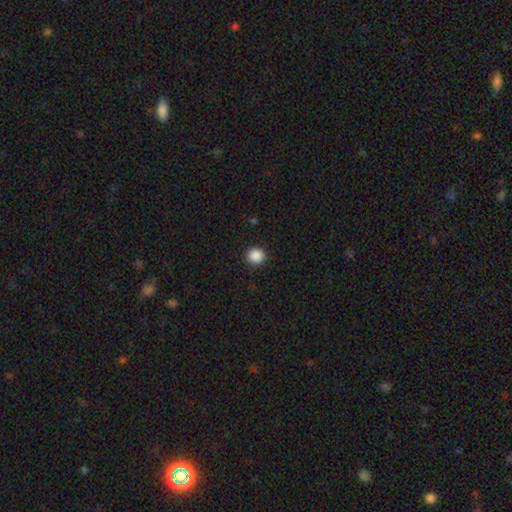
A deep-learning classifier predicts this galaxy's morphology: smooth_or_featured: smooth (p=0.88) [alt: star or artifact p=0.09]
how_rounded: round (p=0.87) [alt: in between p=0.12]
merging: none (p=0.91) [alt: minor disturbance p=0.06]